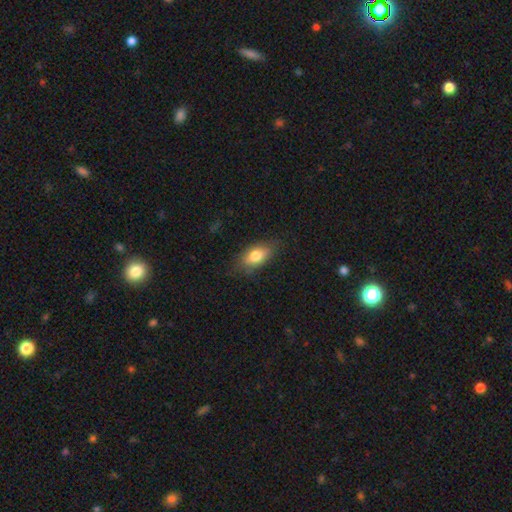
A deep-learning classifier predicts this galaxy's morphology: The model was most divided on "merging": none: 77%, minor disturbance: 17%, major disturbance: 4%, merger: 1%. More confident: how rounded — in between (86%); smooth or featured — smooth (77%).